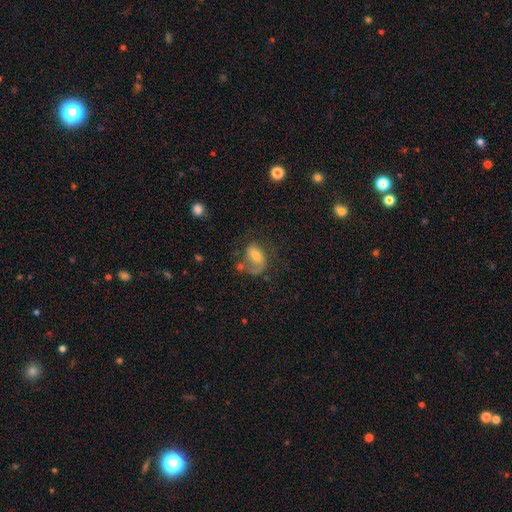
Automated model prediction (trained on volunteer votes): Overall: featured or disk (49%; smooth 41%). Merging: none (43%; major disturbance 26%).